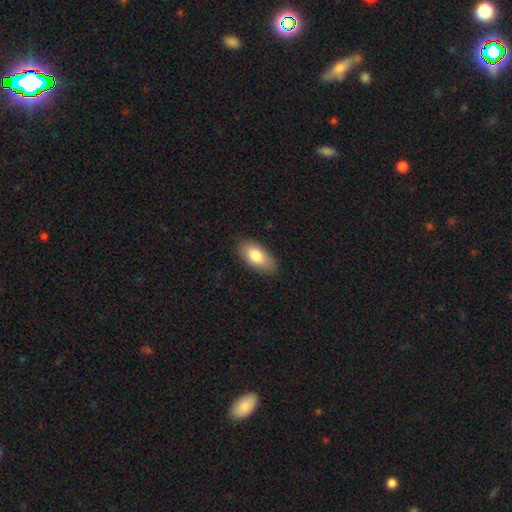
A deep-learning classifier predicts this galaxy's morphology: smooth 81%, featured or disk 13%, star or artifact 6%. Down the decision tree: how rounded — in between (92%); merging — none (84%).